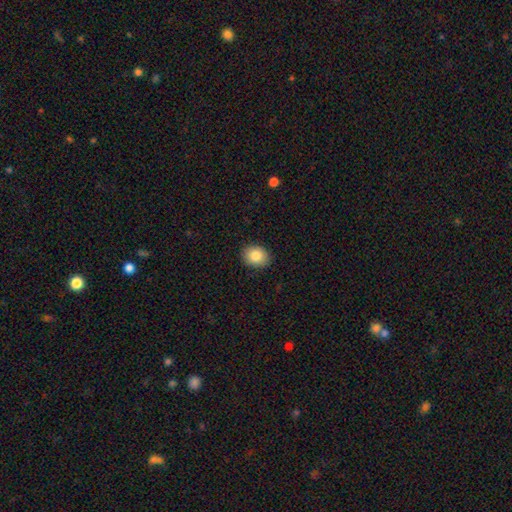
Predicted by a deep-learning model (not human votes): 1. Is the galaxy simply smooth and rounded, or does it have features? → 85% smooth, 8% star or artifact, 7% featured or disk.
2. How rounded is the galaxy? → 52% round, 47% in between, 1% cigar-shaped.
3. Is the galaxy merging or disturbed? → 89% none, 8% minor disturbance, 2% major disturbance, 1% merger.